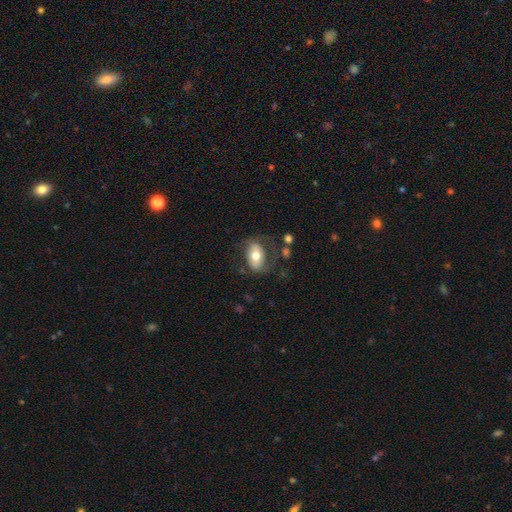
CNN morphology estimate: A smooth galaxy with no disk features (61%) that is in between round and cigar-shaped (88%).

Vote fractions:
- Smooth or featured? smooth: 61% / featured or disk: 32% / star or artifact: 7%
- How rounded? in between: 88% / round: 10% / cigar-shaped: 2%
- Merging? none: 58% / minor disturbance: 22% / major disturbance: 16% / merger: 4%